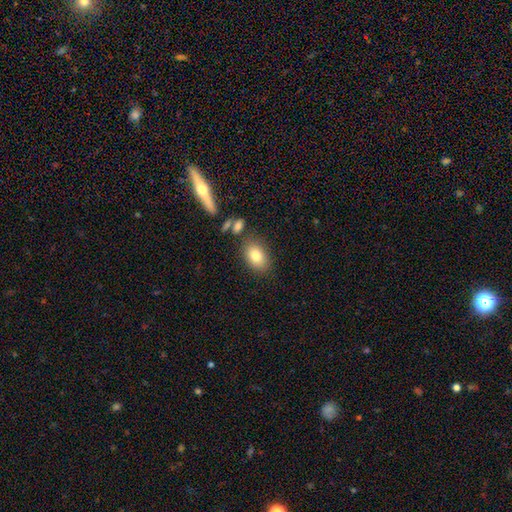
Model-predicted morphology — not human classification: smooth_or_featured: smooth (p=0.81) [alt: featured or disk p=0.11]
how_rounded: in between (p=0.84) [alt: round p=0.14]
merging: none (p=0.78) [alt: minor disturbance p=0.13]